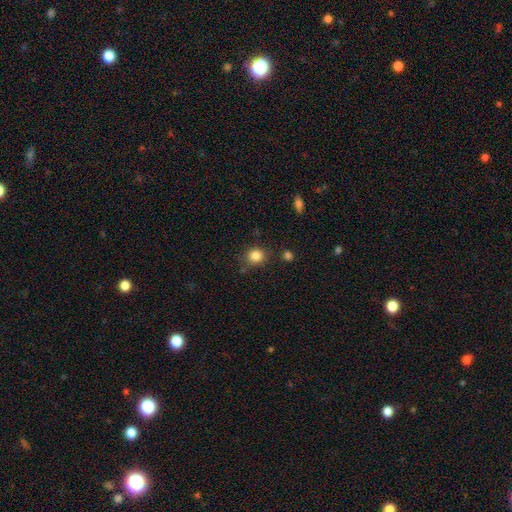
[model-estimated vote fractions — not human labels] smooth_or_featured: smooth (p=0.85) [alt: star or artifact p=0.11]
how_rounded: round (p=0.83) [alt: in between p=0.16]
merging: none (p=0.81) [alt: minor disturbance p=0.11]